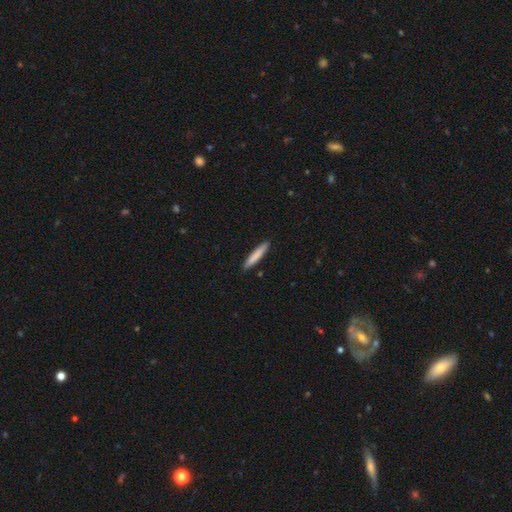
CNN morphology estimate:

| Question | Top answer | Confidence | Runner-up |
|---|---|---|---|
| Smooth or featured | smooth | 81% | featured or disk (14%) |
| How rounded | cigar-shaped | 93% | in between (6%) |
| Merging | none | 91% | minor disturbance (7%) |